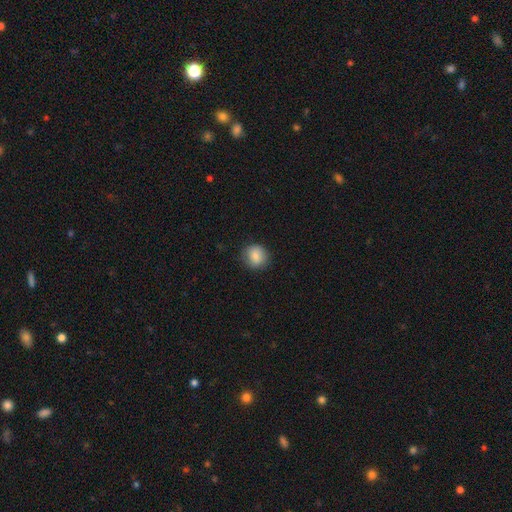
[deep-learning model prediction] This is clearly a smooth galaxy (85%). How rounded: clearly round (83%). Merging: clearly none (85%).